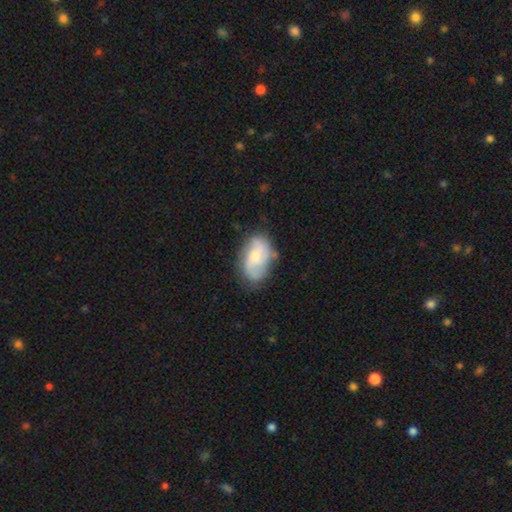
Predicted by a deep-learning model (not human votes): Smooth or featured: featured or disk — 55% (smooth — 38%)
Edge-on disk: no — 96% (yes — 4%)
Bar: no — 65% (weak — 30%)
Spiral arms: yes — 82% (no — 18%)
Bulge size: moderate — 47% (small — 46%)
Merging: none — 62% (minor disturbance — 26%)